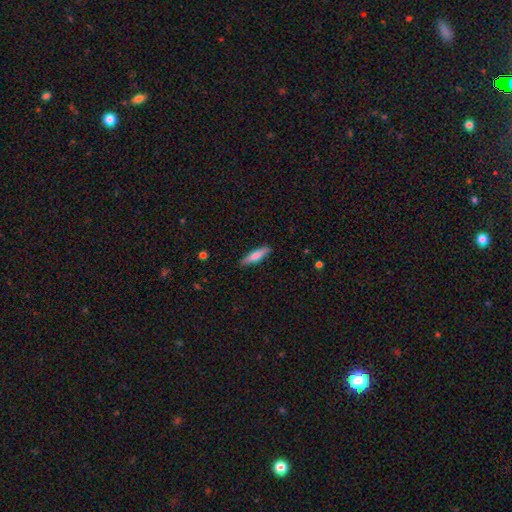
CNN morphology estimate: Smooth or featured? Predicted: smooth (p=0.72). How rounded? Predicted: cigar-shaped (p=0.75). Merging? Predicted: none (p=0.87).